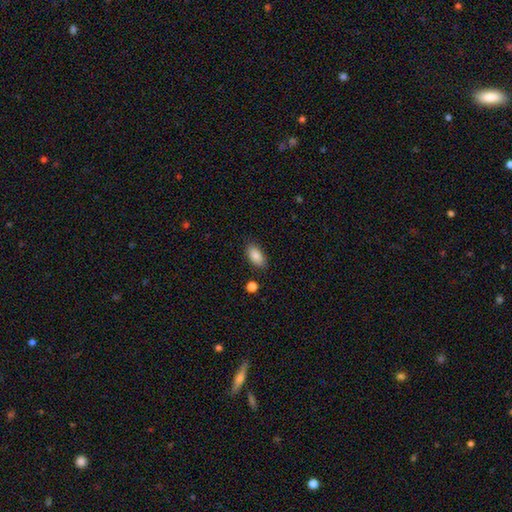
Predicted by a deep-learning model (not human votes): This is clearly a smooth galaxy (86%). How rounded: clearly in between (92%). Merging: clearly none (85%).